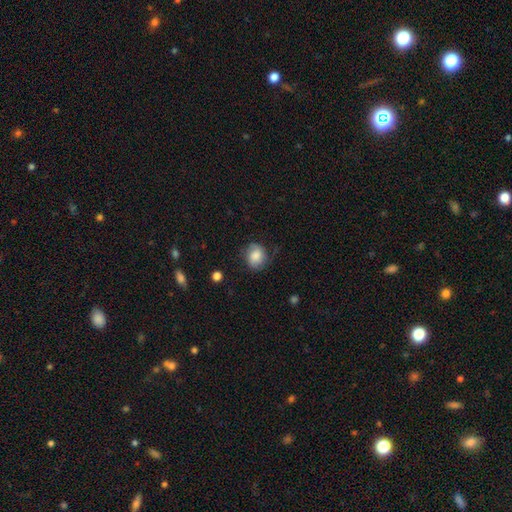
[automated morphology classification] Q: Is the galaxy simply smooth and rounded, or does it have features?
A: smooth — 70%.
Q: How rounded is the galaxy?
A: round — 64%.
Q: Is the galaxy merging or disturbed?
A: none — 66%.